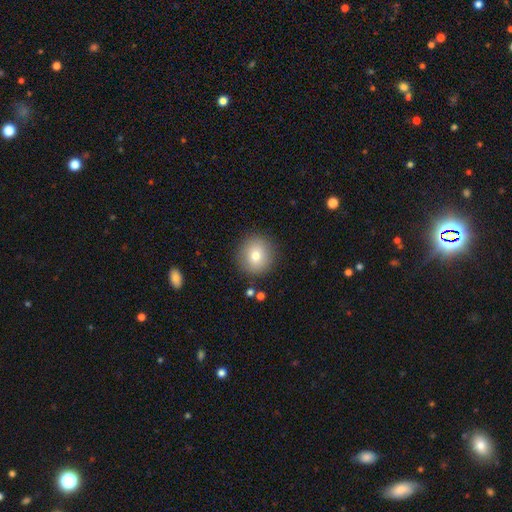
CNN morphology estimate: Q: Smooth or featured?
A: smooth (76%); runner-up: featured or disk (13%)
Q: How rounded?
A: round (88%); runner-up: in between (11%)
Q: Merging?
A: none (87%); runner-up: minor disturbance (8%)